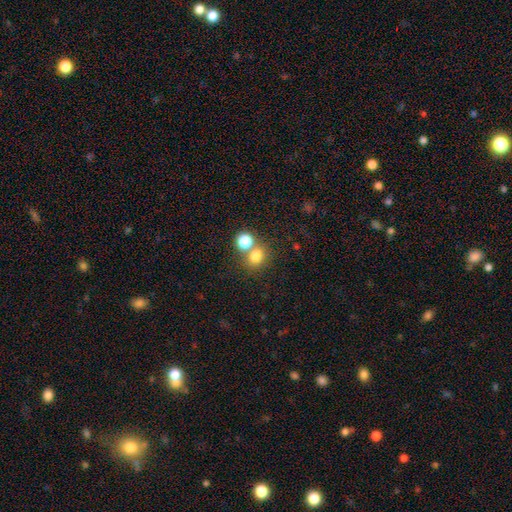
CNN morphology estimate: A smooth galaxy with no disk features (77%) that is round (70%). Merging: none (54%).